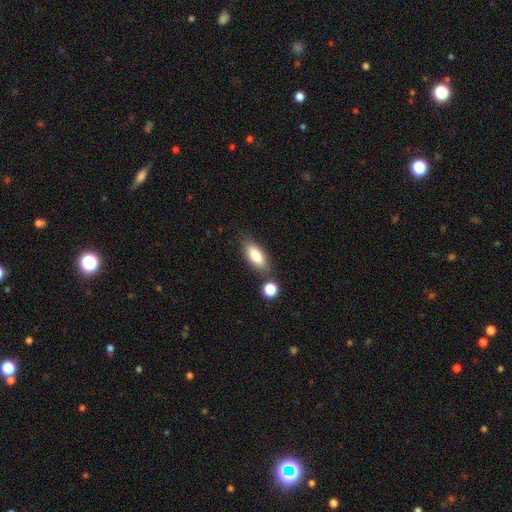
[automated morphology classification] smooth 80%, featured or disk 13%, star or artifact 7%. Down the decision tree: how rounded — in between (83%); merging — none (73%).